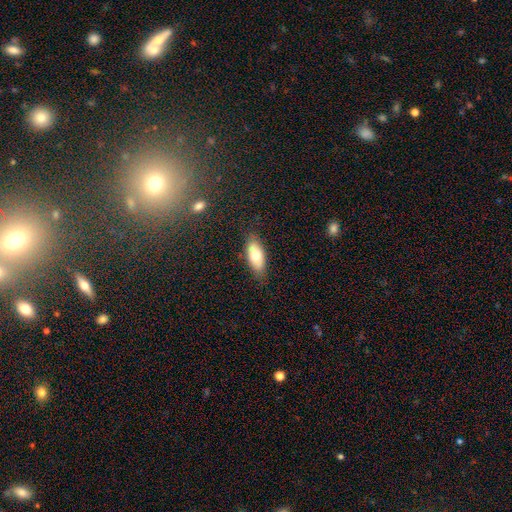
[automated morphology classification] A smooth galaxy with no disk features (72%) that is in between round and cigar-shaped (84%). Merging: none (83%).